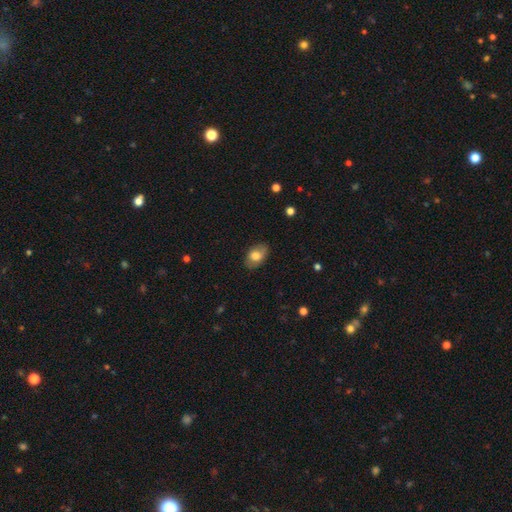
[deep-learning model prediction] Smooth or featured: smooth — 73% (featured or disk — 20%)
How rounded: in between — 87% (round — 12%)
Merging: none — 79% (minor disturbance — 16%)